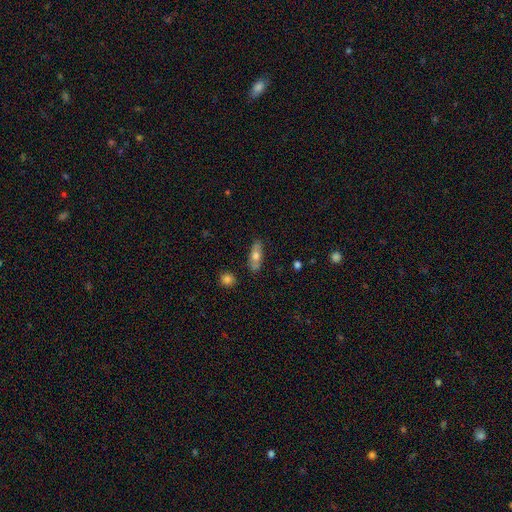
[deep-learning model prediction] Smooth or featured: smooth — 67% (featured or disk — 26%)
How rounded: in between — 68% (cigar-shaped — 28%)
Merging: none — 82% (minor disturbance — 12%)